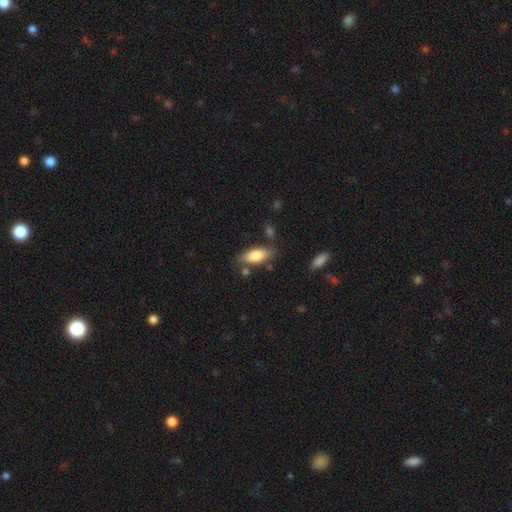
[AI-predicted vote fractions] Smooth or featured: smooth — 77% (featured or disk — 17%)
How rounded: in between — 81% (cigar-shaped — 17%)
Merging: none — 71% (minor disturbance — 18%)